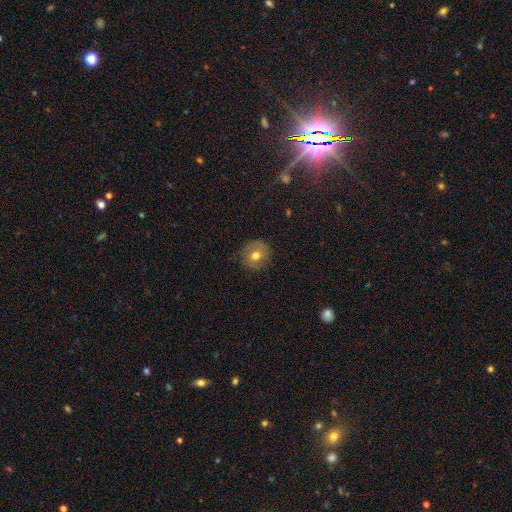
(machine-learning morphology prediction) Q: Smooth or featured?
A: smooth (59%); runner-up: featured or disk (32%)
Q: How rounded?
A: round (86%); runner-up: in between (13%)
Q: Merging?
A: none (83%); runner-up: minor disturbance (12%)